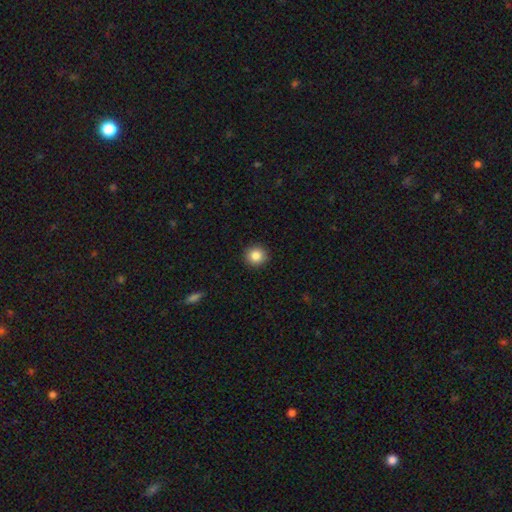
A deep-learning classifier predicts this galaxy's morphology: smooth_or_featured: smooth (p=0.86) [alt: star or artifact p=0.09]
how_rounded: round (p=0.93) [alt: in between p=0.06]
merging: none (p=0.92) [alt: minor disturbance p=0.05]